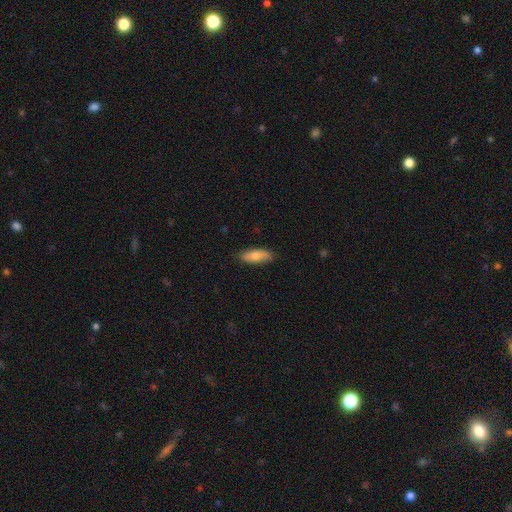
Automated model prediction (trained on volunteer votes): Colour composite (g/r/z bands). It shows a smooth galaxy with no disk features (74%) that is in between round and cigar-shaped (64%). Merging: none (84%).